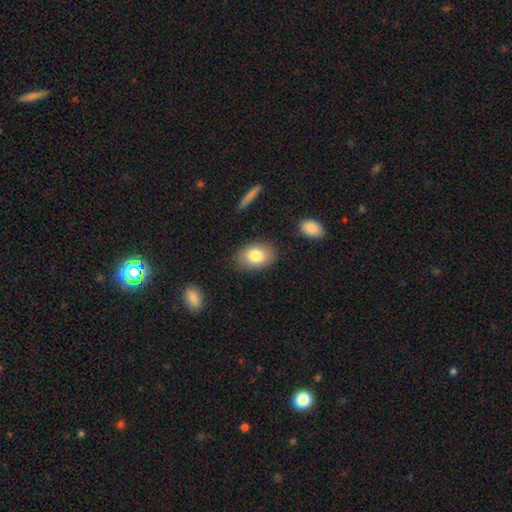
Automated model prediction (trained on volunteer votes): A smooth galaxy with no disk features (80%) that is in between round and cigar-shaped (83%). Merging: none (84%).